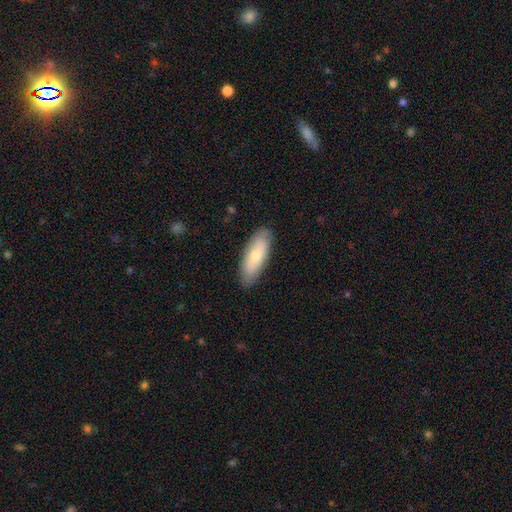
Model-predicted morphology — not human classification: Smooth or featured?
  - smooth: 71% *
  - featured or disk: 24%
  - star or artifact: 6%
How rounded?
  - in between: 66% *
  - cigar-shaped: 32%
  - round: 2%
Merging?
  - none: 86% *
  - minor disturbance: 11%
  - major disturbance: 2%
  - merger: 1%